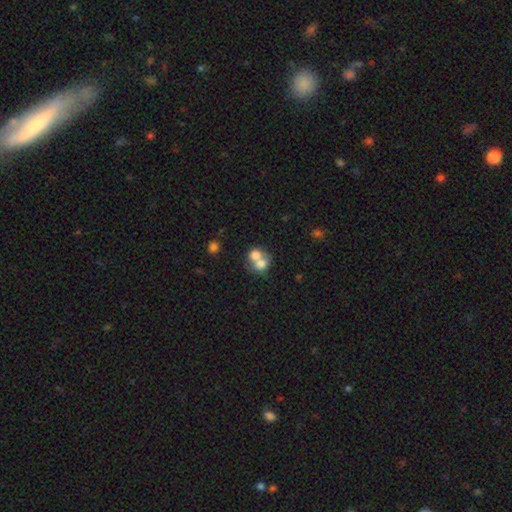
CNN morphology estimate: A smooth galaxy with no disk features (70%) that is round (65%). Merging: merger (68%).